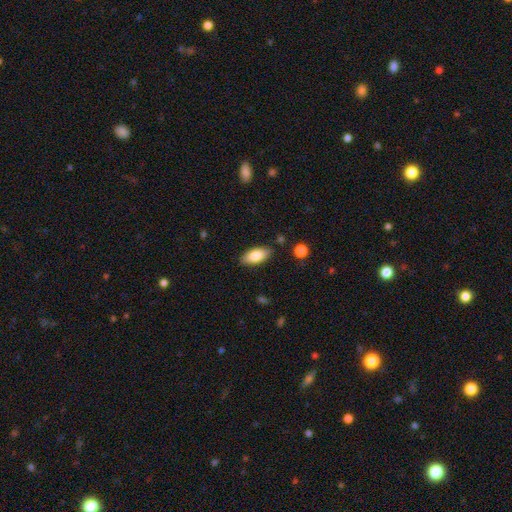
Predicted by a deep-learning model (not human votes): The model was most divided on "smooth or featured": smooth: 81%, featured or disk: 12%, star or artifact: 6%. More confident: how rounded — in between (88%); merging — none (84%).